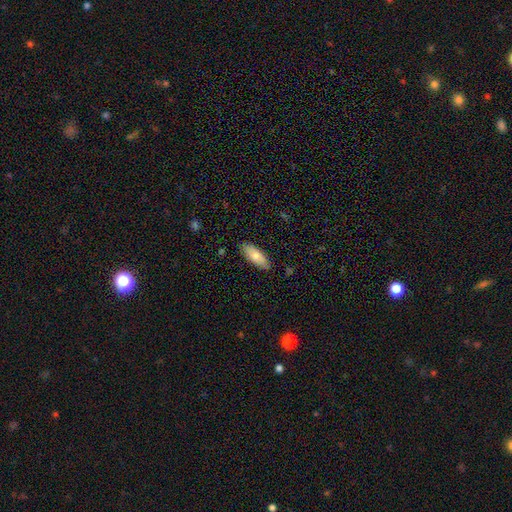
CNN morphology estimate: type=smooth (76%); roundness=in between (73%); merging=none (86%).